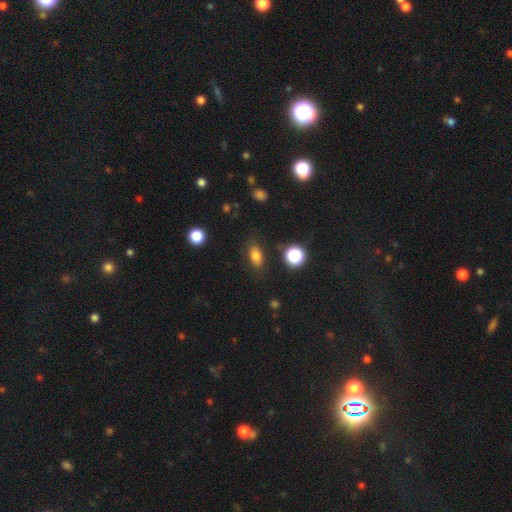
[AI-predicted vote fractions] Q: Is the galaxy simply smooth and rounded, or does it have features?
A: smooth — 78%.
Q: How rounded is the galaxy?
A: in between — 81%.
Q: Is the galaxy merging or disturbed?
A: none — 83%.